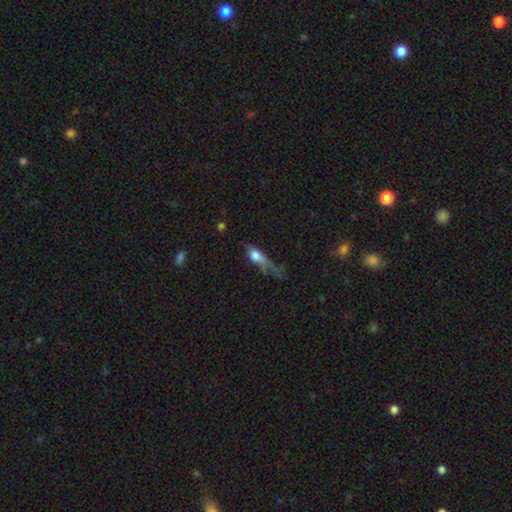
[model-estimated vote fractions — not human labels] Smooth or featured? smooth (61%)
How rounded? in between (55%)
Merging? major disturbance (47%)